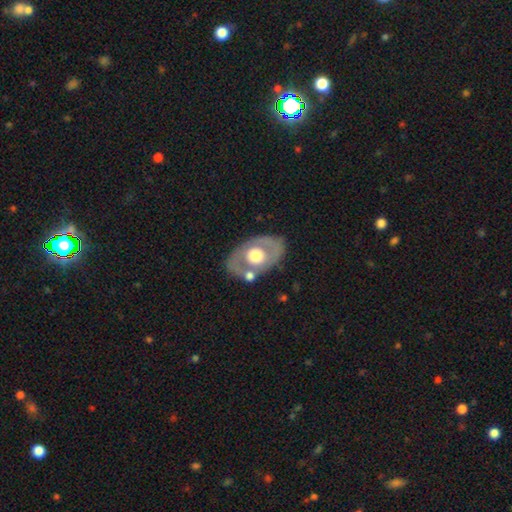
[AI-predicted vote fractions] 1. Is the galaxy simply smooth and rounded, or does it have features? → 57% featured or disk, 38% smooth, 6% star or artifact.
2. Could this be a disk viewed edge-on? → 90% no, 10% yes.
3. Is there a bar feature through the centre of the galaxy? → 89% no, 8% weak, 2% strong.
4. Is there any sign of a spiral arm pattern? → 84% no, 16% yes.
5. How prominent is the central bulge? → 48% moderate, 45% large, 4% dominant, 3% small, 1% none.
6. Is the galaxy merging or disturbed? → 70% none, 16% minor disturbance, 8% merger, 6% major disturbance.